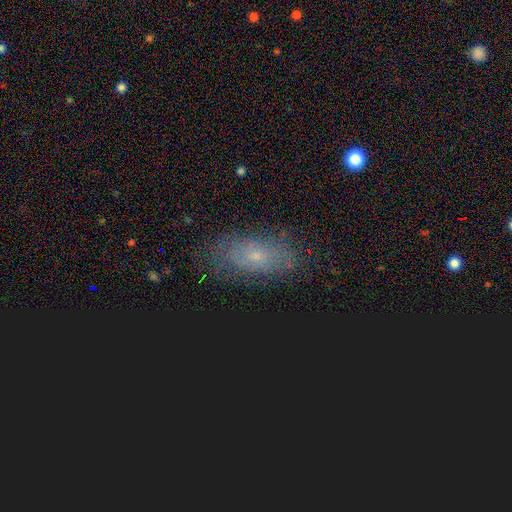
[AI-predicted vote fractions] This appears to be a featured or disk galaxy (37%). Merging: none (77%).